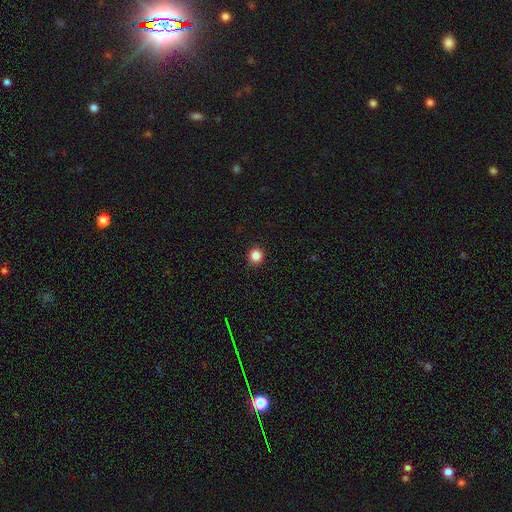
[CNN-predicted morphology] Smooth or featured? Predicted: smooth (p=0.85). How rounded? Predicted: round (p=0.93). Merging? Predicted: none (p=0.93).